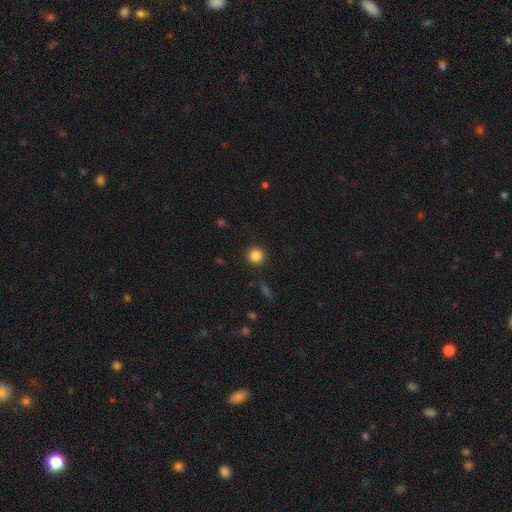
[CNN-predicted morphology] Smooth or featured? smooth (84%)
How rounded? round (95%)
Merging? none (92%)